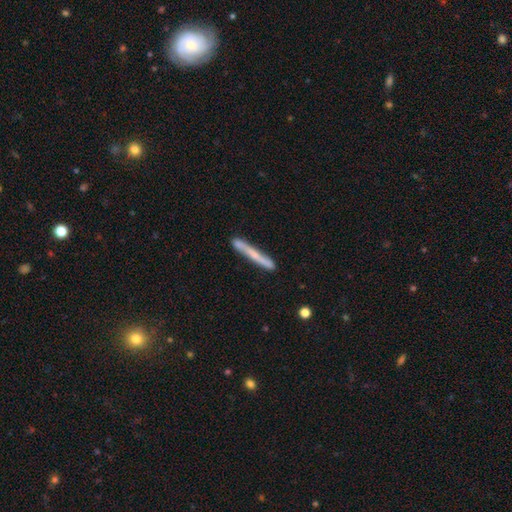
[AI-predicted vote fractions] A smooth galaxy with no disk features (54%) that is cigar-shaped (96%).

Vote fractions:
- Smooth or featured? smooth: 54% / featured or disk: 40% / star or artifact: 6%
- How rounded? cigar-shaped: 96% / in between: 2% / round: 1%
- Merging? none: 80% / minor disturbance: 14% / merger: 3% / major disturbance: 3%